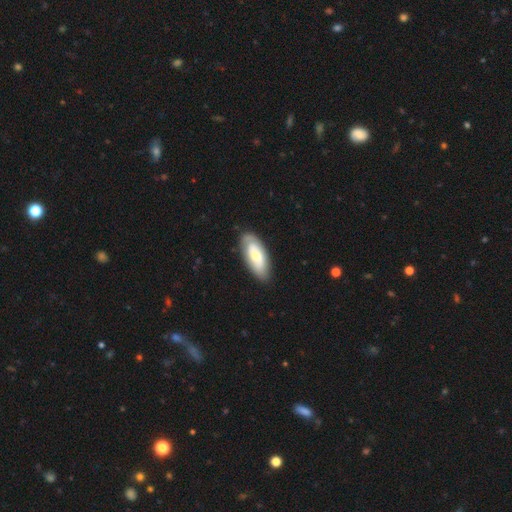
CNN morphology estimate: This is possibly a featured or disk galaxy (52%). It is clearly not viewed edge-on (87%). Merging: clearly none (81%).